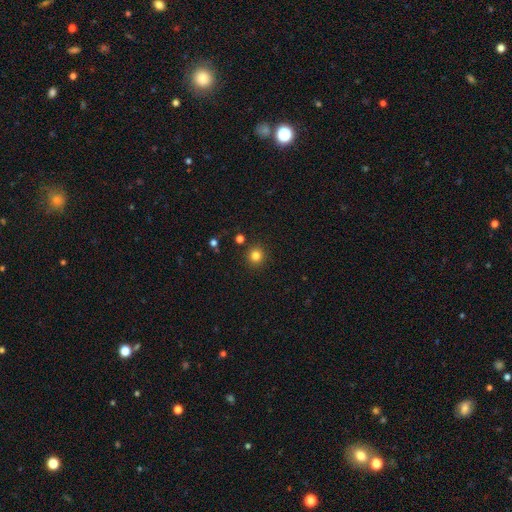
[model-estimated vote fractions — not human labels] The model was most divided on "smooth or featured": smooth: 81%, star or artifact: 14%, featured or disk: 5%. More confident: how rounded — round (94%); merging — none (90%).